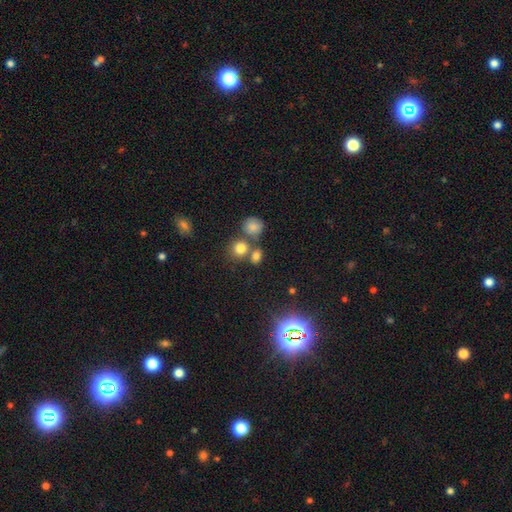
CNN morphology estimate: Smooth or featured? smooth (74%)
How rounded? round (56%)
Merging? none (57%)